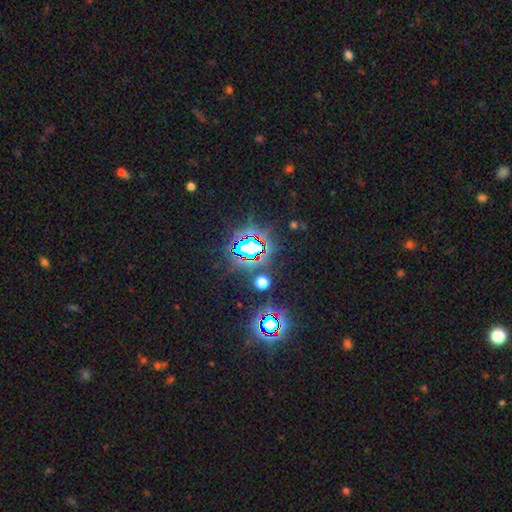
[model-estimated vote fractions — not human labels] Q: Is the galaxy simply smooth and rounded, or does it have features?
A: star or artifact — 81%.